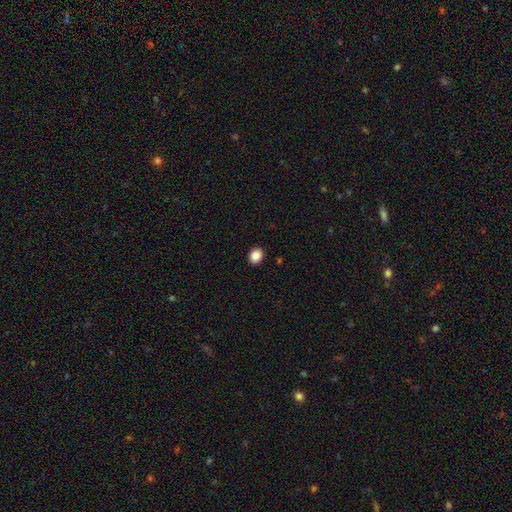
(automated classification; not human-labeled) smooth_or_featured: smooth (p=0.88) [alt: star or artifact p=0.09]
how_rounded: round (p=0.66) [alt: in between p=0.33]
merging: none (p=0.92) [alt: minor disturbance p=0.06]